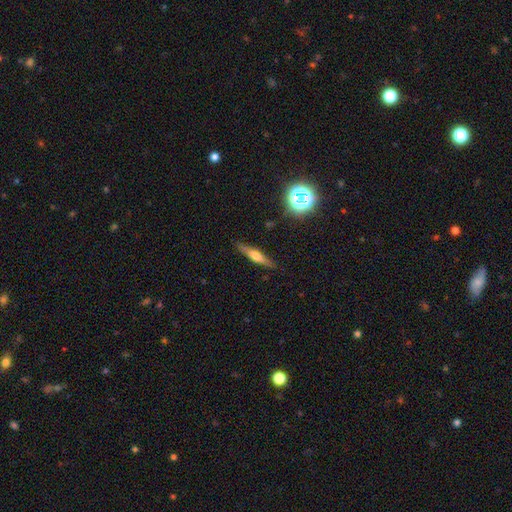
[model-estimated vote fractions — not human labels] Smooth or featured? featured or disk (60%)
Edge-on disk? yes (96%)
Edge-on bulge? rounded (81%)
Merging? none (88%)